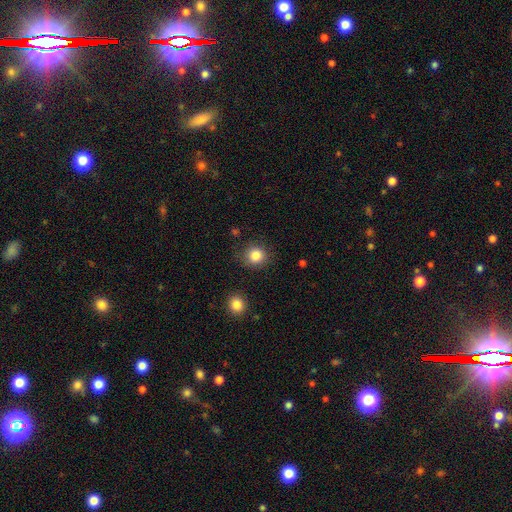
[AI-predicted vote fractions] This is clearly a smooth galaxy (85%). How rounded: clearly round (87%). Merging: clearly none (84%).